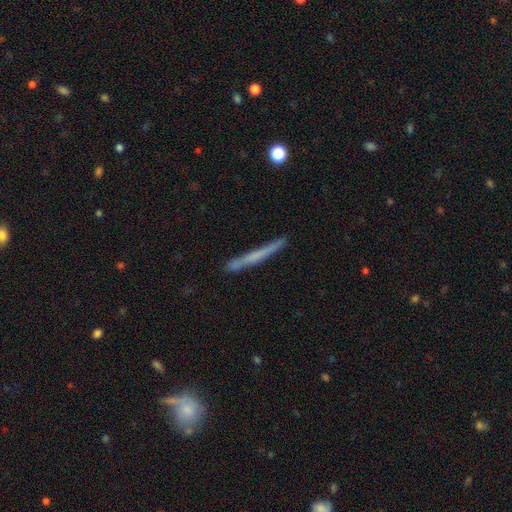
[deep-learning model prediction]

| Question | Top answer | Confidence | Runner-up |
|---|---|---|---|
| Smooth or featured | smooth | 50% | featured or disk (43%) |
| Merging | none | 84% | minor disturbance (12%) |